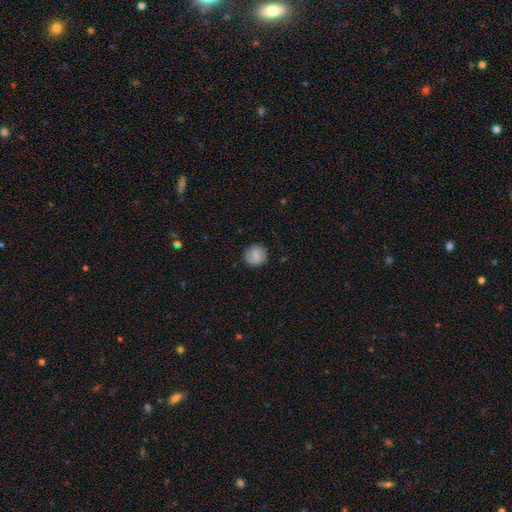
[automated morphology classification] This appears to be a smooth galaxy with no disk features (83%) that is round (92%). Merging: none (86%).